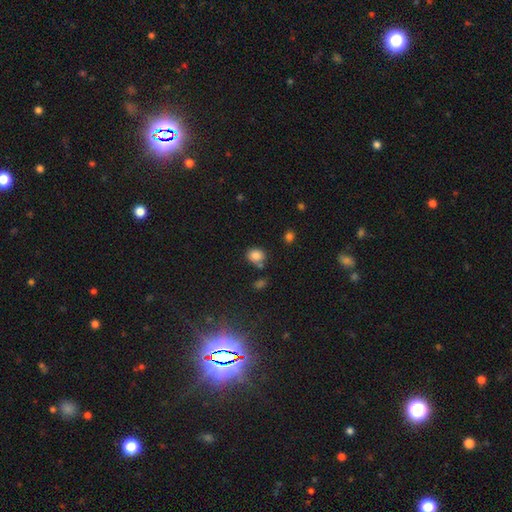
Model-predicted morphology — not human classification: smooth_or_featured: smooth (p=0.83) [alt: star or artifact p=0.11]
how_rounded: round (p=0.61) [alt: in between p=0.38]
merging: none (p=0.65) [alt: minor disturbance p=0.17]